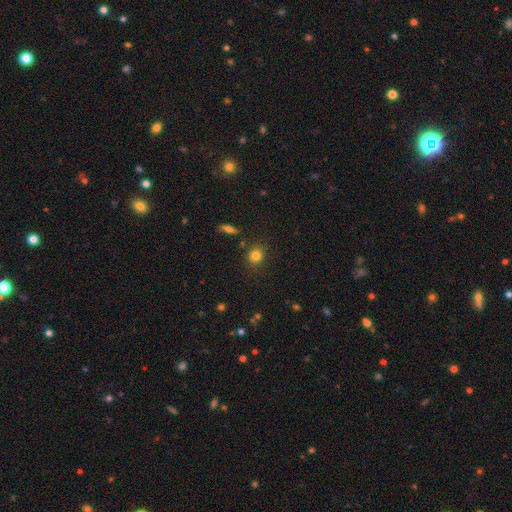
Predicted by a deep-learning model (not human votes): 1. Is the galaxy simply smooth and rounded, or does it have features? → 82% smooth, 12% star or artifact, 6% featured or disk.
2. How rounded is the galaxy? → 80% round, 19% in between, 1% cigar-shaped.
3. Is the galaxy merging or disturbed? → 83% none, 10% minor disturbance, 4% merger, 3% major disturbance.